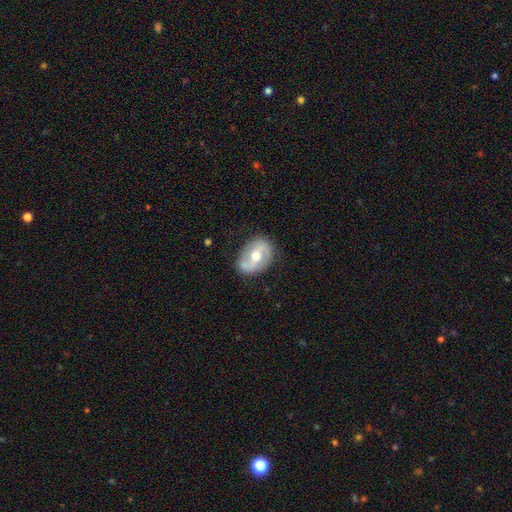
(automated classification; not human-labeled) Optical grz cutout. It shows a featured or disk galaxy (70%) with a weak bar (39%), 2 (87%) loose (45%) spiral arms (78%) and a moderate central bulge (74%). Merging: none (77%).